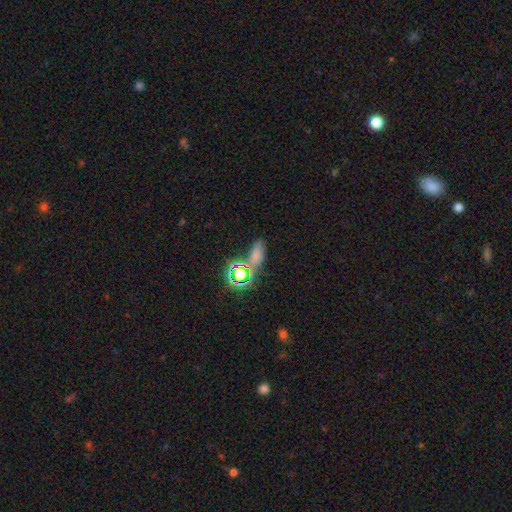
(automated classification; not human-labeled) smooth-or-featured: smooth: 60% | star or artifact: 30% | featured or disk: 9%
  how-rounded: in between: 76% | round: 13% | cigar-shaped: 11%
  merging: none: 57% | merger: 18% | minor disturbance: 17% | major disturbance: 8%